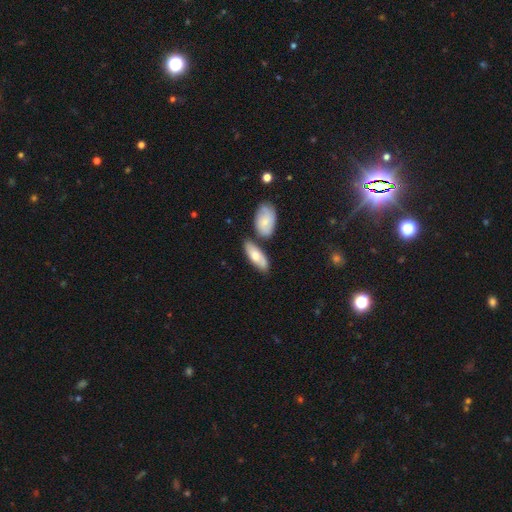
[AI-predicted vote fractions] smooth_or_featured: smooth (p=0.65) [alt: featured or disk p=0.29]
how_rounded: in between (p=0.74) [alt: cigar-shaped p=0.23]
merging: none (p=0.62) [alt: merger p=0.19]